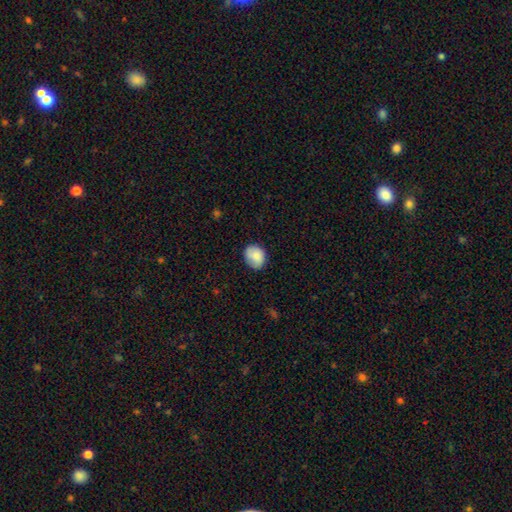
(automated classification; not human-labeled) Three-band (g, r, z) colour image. It shows a smooth galaxy with no disk features (82%) that is round (52%). Merging: none (75%).